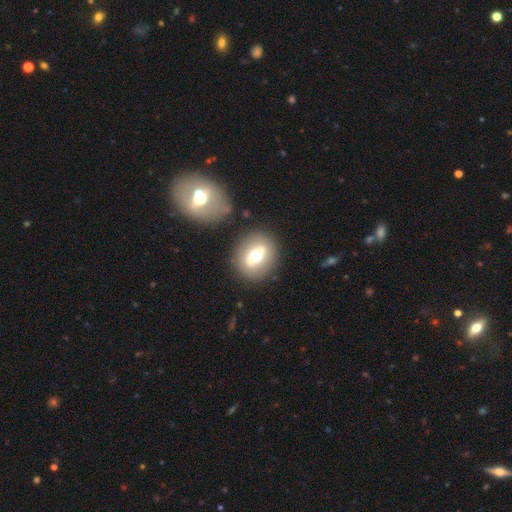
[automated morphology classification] The model was most divided on "smooth or featured" (2-way tie): featured or disk: 46%, smooth: 46%, star or artifact: 8%. More confident: merging — none (82%).